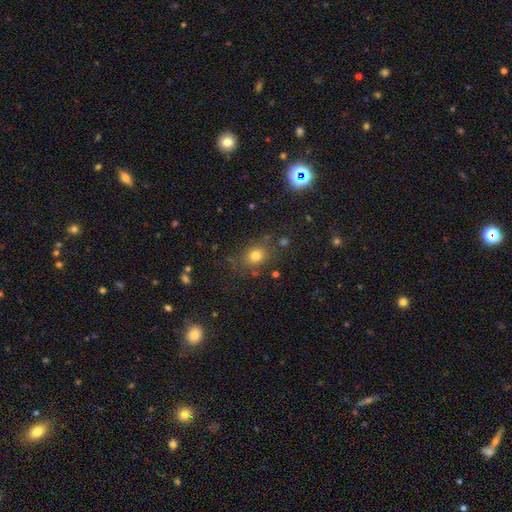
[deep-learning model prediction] smooth 76%, star or artifact 16%, featured or disk 8%. Down the decision tree: how rounded — round (69%); merging — none (77%).